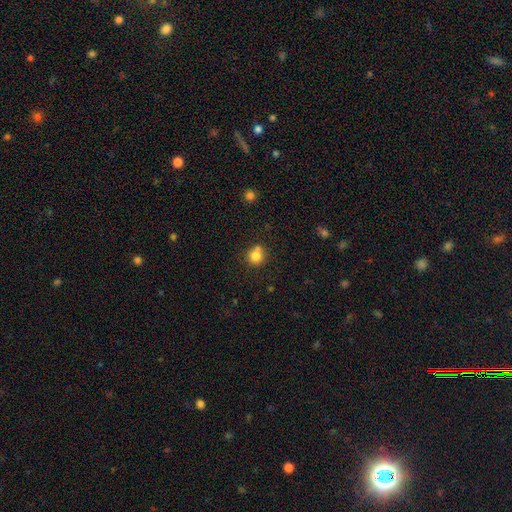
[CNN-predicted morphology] Q: Smooth or featured?
A: smooth (79%); runner-up: star or artifact (12%)
Q: How rounded?
A: round (88%); runner-up: in between (11%)
Q: Merging?
A: none (63%); runner-up: merger (21%)